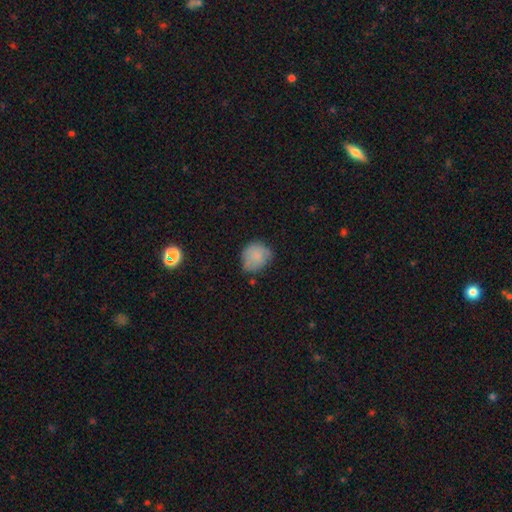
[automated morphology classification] smooth 77%, featured or disk 15%, star or artifact 8%. Down the decision tree: how rounded — round (77%); merging — none (56%).